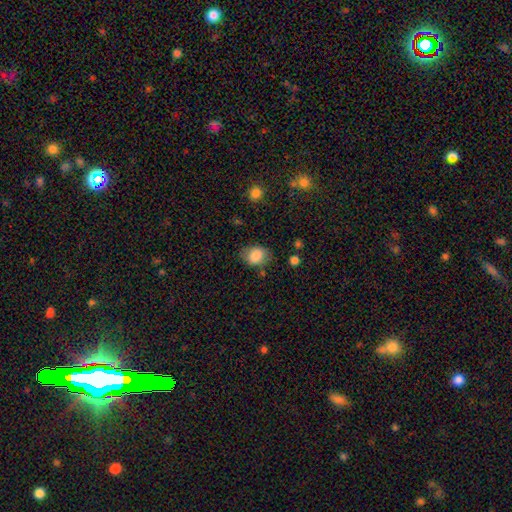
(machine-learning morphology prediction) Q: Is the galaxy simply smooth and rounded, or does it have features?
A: smooth — 84%.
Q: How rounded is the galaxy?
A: in between — 63%.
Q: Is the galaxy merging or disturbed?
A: none — 72%.